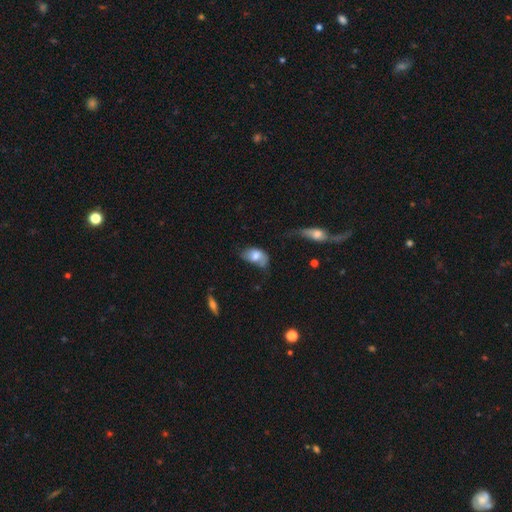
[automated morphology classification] This is likely a smooth galaxy (68%). How rounded: clearly in between (89%). Merging: marginally minor disturbance (35%).